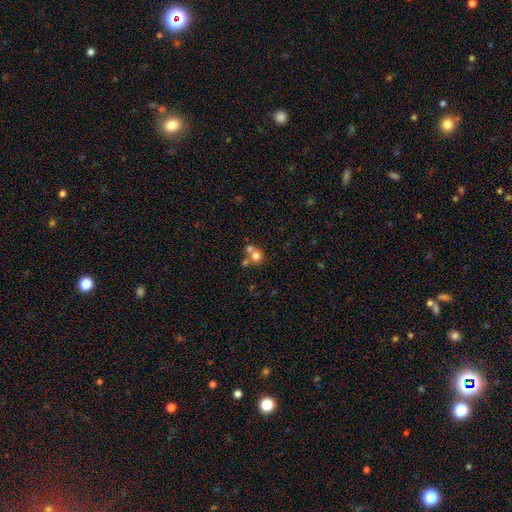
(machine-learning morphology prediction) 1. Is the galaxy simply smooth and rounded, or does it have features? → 71% smooth, 16% featured or disk, 14% star or artifact.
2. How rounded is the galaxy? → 86% round, 13% in between, 1% cigar-shaped.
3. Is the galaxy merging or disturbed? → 47% merger, 44% none, 6% minor disturbance, 3% major disturbance.